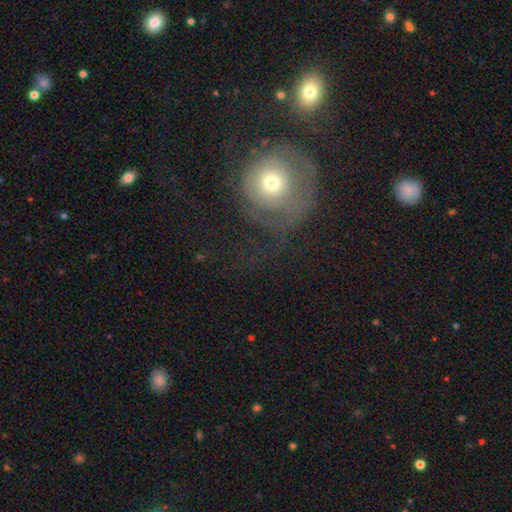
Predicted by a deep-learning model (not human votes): smooth_or_featured: featured or disk (p=0.44) [alt: smooth p=0.40]
merging: none (p=0.48) [alt: major disturbance p=0.31]